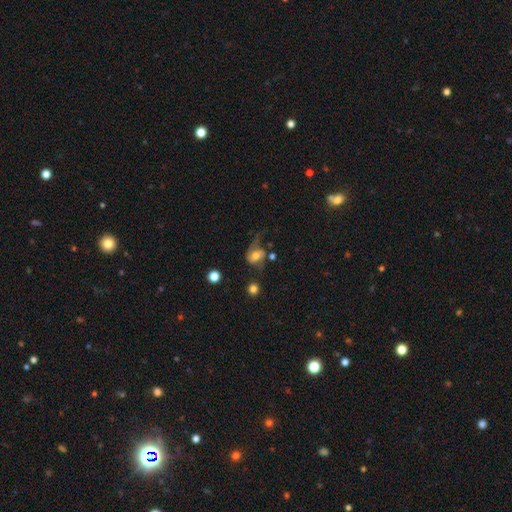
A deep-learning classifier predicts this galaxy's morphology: This appears to be a featured or disk galaxy (49%). Merging: none (35%).